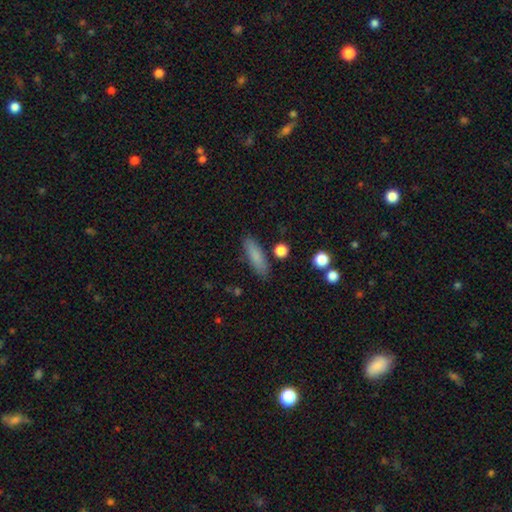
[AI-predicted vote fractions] Smooth or featured? smooth (83%)
How rounded? cigar-shaped (55%)
Merging? none (83%)